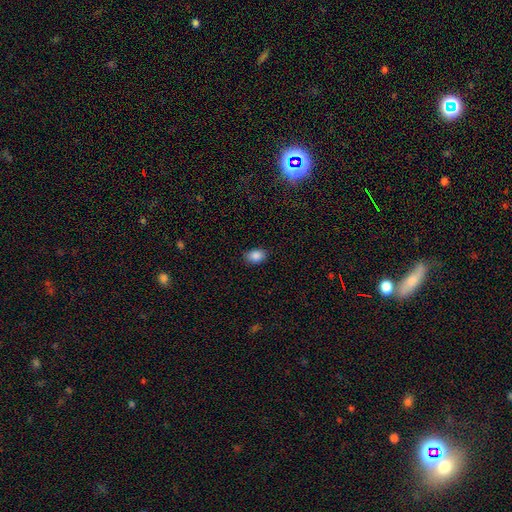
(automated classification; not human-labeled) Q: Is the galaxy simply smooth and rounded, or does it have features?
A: smooth — 87%.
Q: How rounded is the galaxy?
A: in between — 75%.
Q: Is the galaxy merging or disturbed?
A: none — 85%.